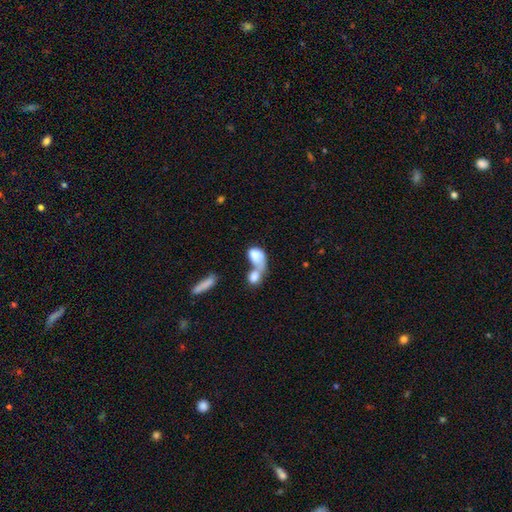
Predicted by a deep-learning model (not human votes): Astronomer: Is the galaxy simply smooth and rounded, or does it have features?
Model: smooth — 71%.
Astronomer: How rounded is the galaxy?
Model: in between — 77%.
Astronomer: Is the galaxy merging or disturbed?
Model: merger — 72%.